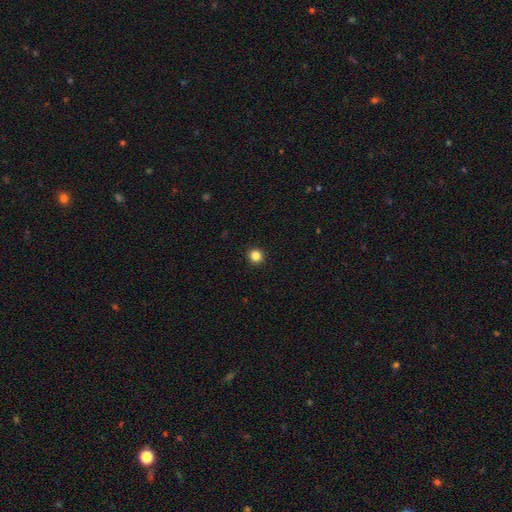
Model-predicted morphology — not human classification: This is clearly a smooth galaxy (85%). How rounded: clearly round (94%). Merging: clearly none (93%).